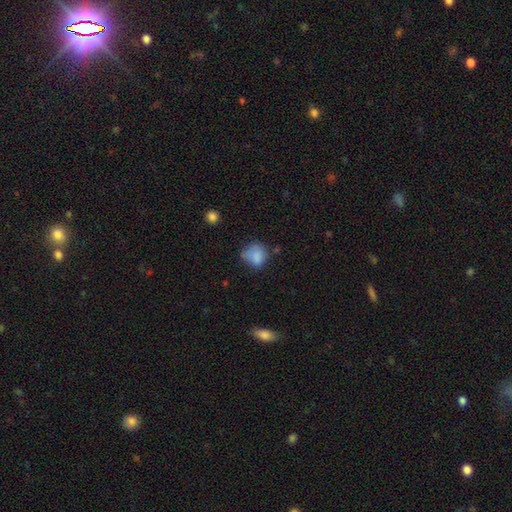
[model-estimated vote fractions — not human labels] smooth-or-featured: smooth: 79% | star or artifact: 11% | featured or disk: 11%
  how-rounded: round: 68% | in between: 31% | cigar-shaped: 1%
  merging: none: 47% | minor disturbance: 33% | major disturbance: 14% | merger: 6%